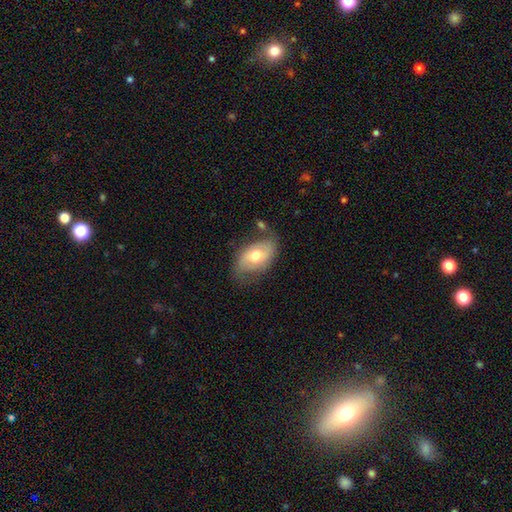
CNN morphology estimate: Smooth or featured? smooth (50%)
How rounded? in between (89%)
Merging? none (57%)